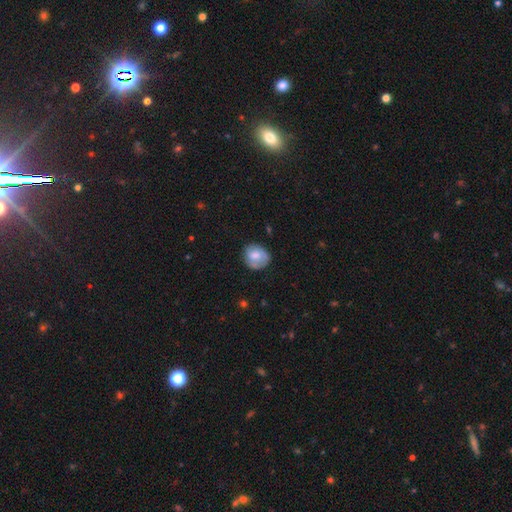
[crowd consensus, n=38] Morphology: type=smooth (63%); roundness=round (71%); merging=none (49%).